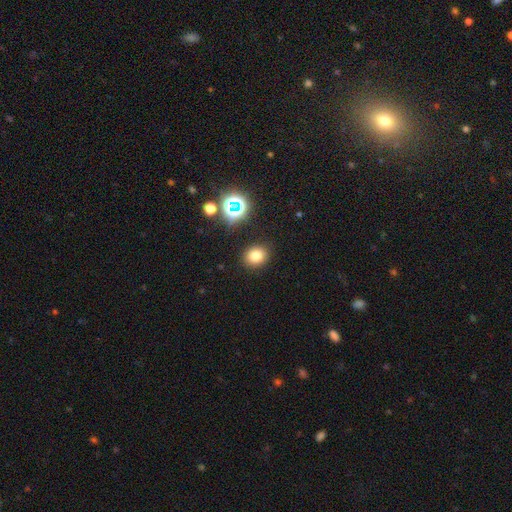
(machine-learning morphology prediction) Smooth or featured?
  - smooth: 75% *
  - star or artifact: 17%
  - featured or disk: 8%
How rounded?
  - round: 62% *
  - in between: 37%
  - cigar-shaped: 1%
Merging?
  - none: 88% *
  - minor disturbance: 8%
  - major disturbance: 3%
  - merger: 2%